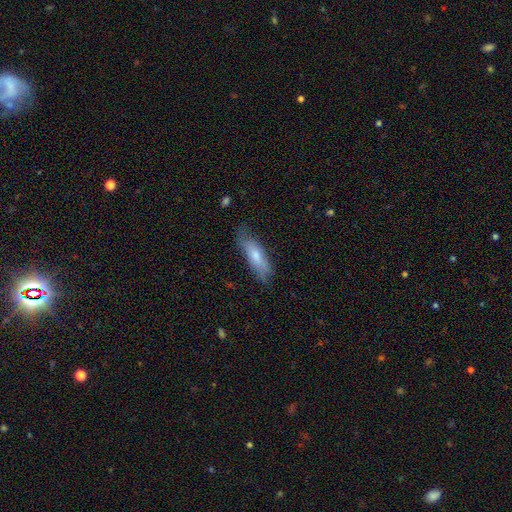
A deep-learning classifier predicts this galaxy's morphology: The model was most divided on "how rounded": cigar-shaped: 50%, in between: 49%, round: 2%. More confident: smooth or featured — smooth (70%); merging — none (68%).